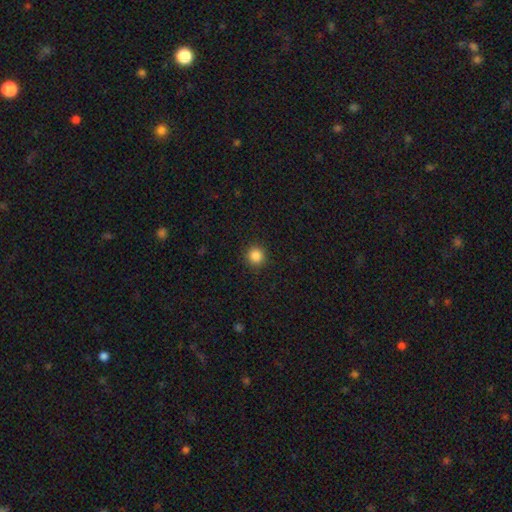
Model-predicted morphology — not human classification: Q: Smooth or featured?
A: smooth (86%); runner-up: star or artifact (11%)
Q: How rounded?
A: round (94%); runner-up: in between (5%)
Q: Merging?
A: none (92%); runner-up: minor disturbance (5%)